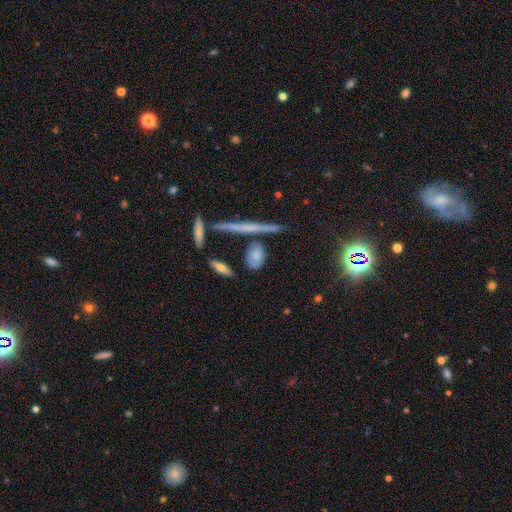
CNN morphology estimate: Smooth or featured? Predicted: smooth (p=0.71). How rounded? Predicted: in between (p=0.58). Merging? Predicted: none (p=0.65).